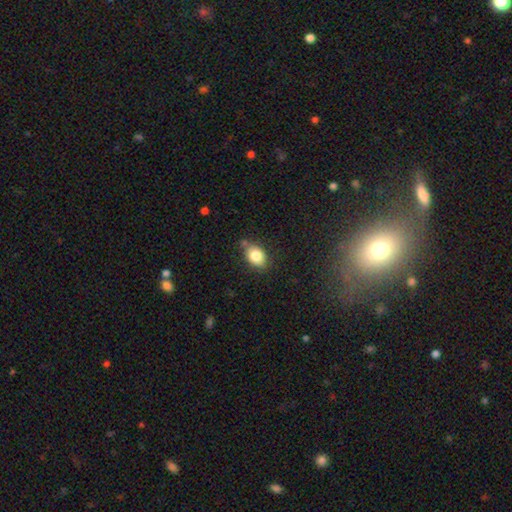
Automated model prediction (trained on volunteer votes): smooth 82%, featured or disk 9%, star or artifact 9%. Down the decision tree: how rounded — in between (72%); merging — none (71%).